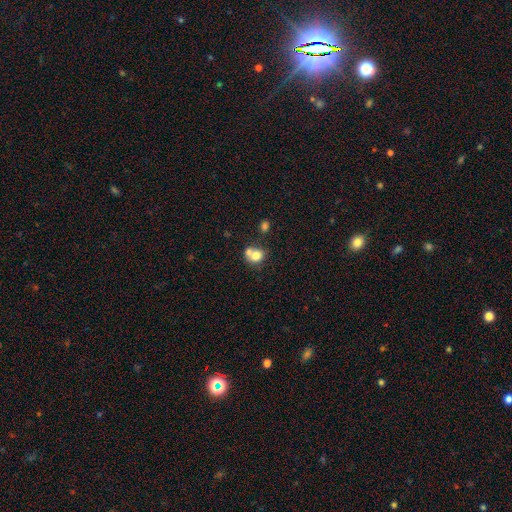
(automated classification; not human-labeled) Smooth or featured? smooth (74%)
How rounded? round (65%)
Merging? merger (49%)